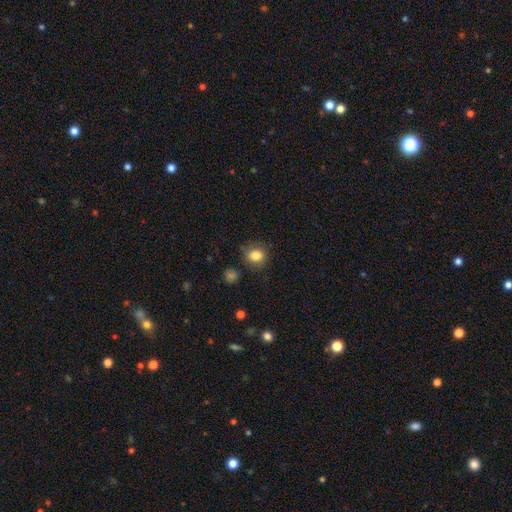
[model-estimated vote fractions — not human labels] A smooth galaxy with no disk features (83%) that is round (71%).

Vote fractions:
- Smooth or featured? smooth: 83% / star or artifact: 10% / featured or disk: 7%
- How rounded? round: 71% / in between: 28% / cigar-shaped: 1%
- Merging? none: 82% / minor disturbance: 12% / major disturbance: 4% / merger: 3%